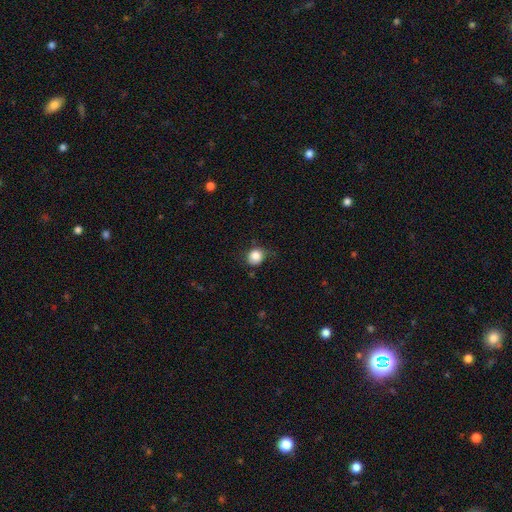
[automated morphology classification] This is clearly a smooth galaxy (84%). How rounded: likely round (77%). Merging: likely none (68%).